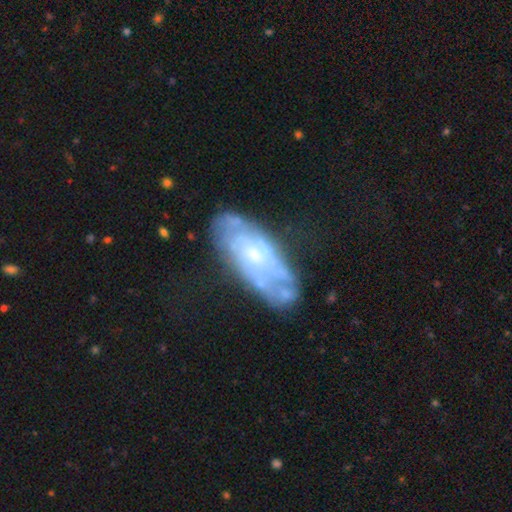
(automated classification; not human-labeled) A featured or disk galaxy (72%) with no bar (69%), spiral arms (66%) and a small central bulge (53%).

Vote fractions:
- Smooth or featured? featured or disk: 72% / smooth: 21% / star or artifact: 7%
- Edge-on disk? no: 89% / yes: 11%
- Bar? no: 69% / weak: 26% / strong: 5%
- Spiral arms? yes: 66% / no: 34%
- Bulge size? small: 53% / moderate: 37% / none: 6% / large: 3% / dominant: 1%
- Merging? none: 58% / minor disturbance: 24% / major disturbance: 12% / merger: 6%